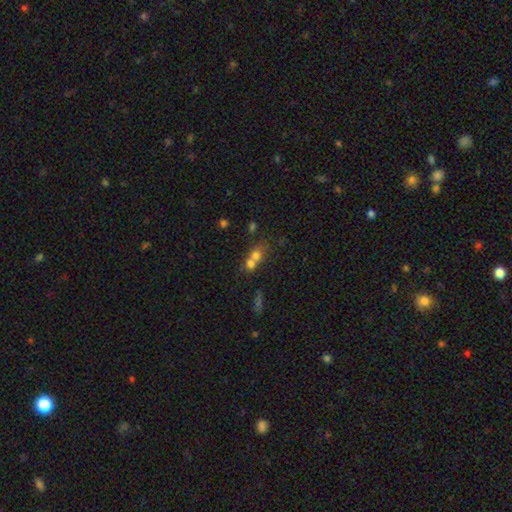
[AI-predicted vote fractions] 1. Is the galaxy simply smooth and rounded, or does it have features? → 68% smooth, 18% featured or disk, 13% star or artifact.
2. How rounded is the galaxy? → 63% round, 34% in between, 3% cigar-shaped.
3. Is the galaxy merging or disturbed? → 65% merger, 25% none, 6% minor disturbance, 4% major disturbance.